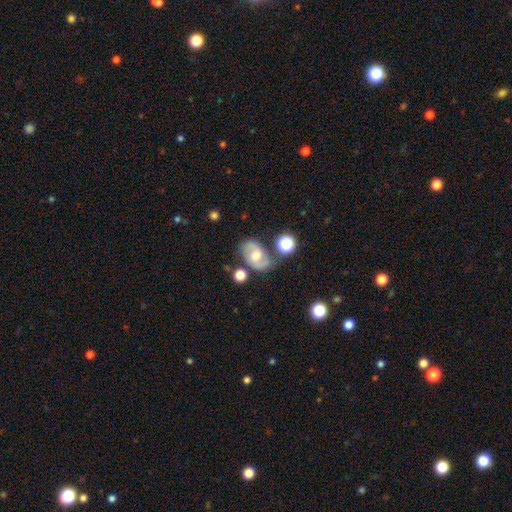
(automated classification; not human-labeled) This appears to be a featured or disk galaxy (72%) with a weak bar (52%), 2 (89%) medium (54%) spiral arms (91%) and a moderate central bulge (49%). Merging: none (66%).